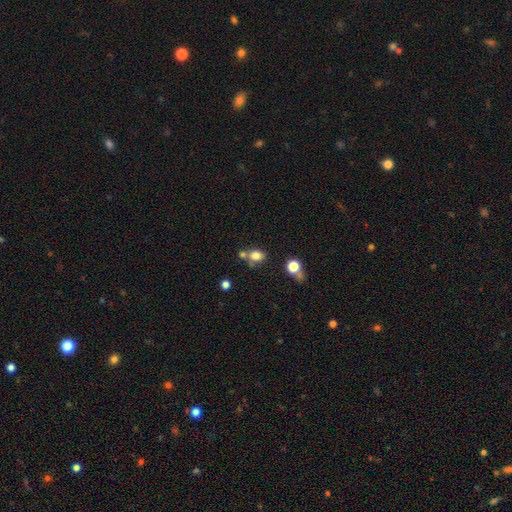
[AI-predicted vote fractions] Smooth or featured? Predicted: smooth (p=0.78). How rounded? Predicted: in between (p=0.58). Merging? Predicted: none (p=0.53).